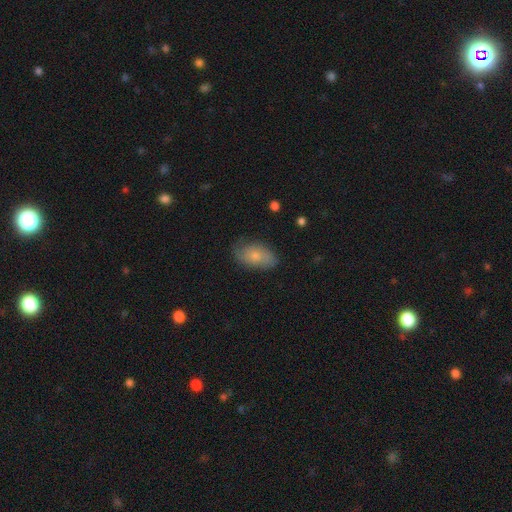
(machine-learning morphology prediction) This appears to be a smooth galaxy with no disk features (57%) that is in between round and cigar-shaped (90%). Merging: none (67%).